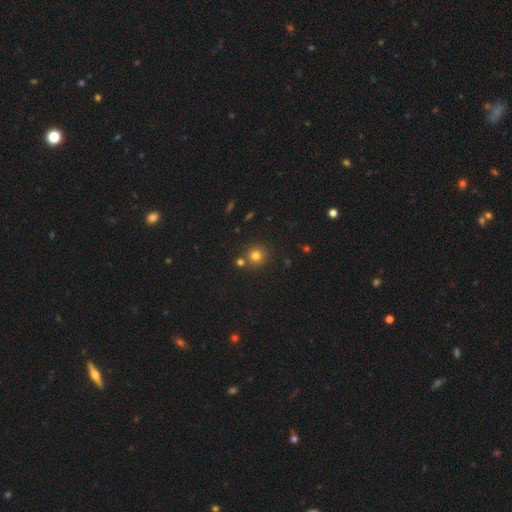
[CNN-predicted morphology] smooth-or-featured: smooth: 77% | star or artifact: 16% | featured or disk: 7%
  how-rounded: round: 91% | in between: 8% | cigar-shaped: 1%
  merging: none: 76% | merger: 14% | minor disturbance: 8% | major disturbance: 3%